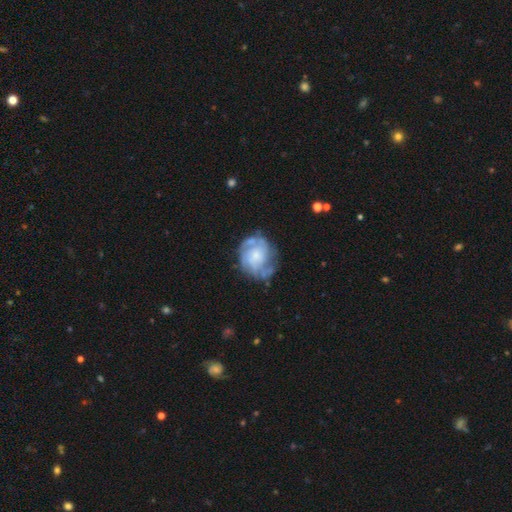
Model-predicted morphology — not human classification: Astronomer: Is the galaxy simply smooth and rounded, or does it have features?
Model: featured or disk — 69%.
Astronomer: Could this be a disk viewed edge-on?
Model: no — 98%.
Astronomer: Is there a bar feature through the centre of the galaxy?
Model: no — 74%.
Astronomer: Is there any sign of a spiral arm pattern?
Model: yes — 74%.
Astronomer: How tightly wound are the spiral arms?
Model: tight — 49% (runner-up: medium, 36%).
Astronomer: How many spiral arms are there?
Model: can't tell — 47%.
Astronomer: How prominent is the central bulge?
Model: small — 40% (runner-up: moderate, 37%).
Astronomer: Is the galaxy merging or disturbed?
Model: none — 59%.